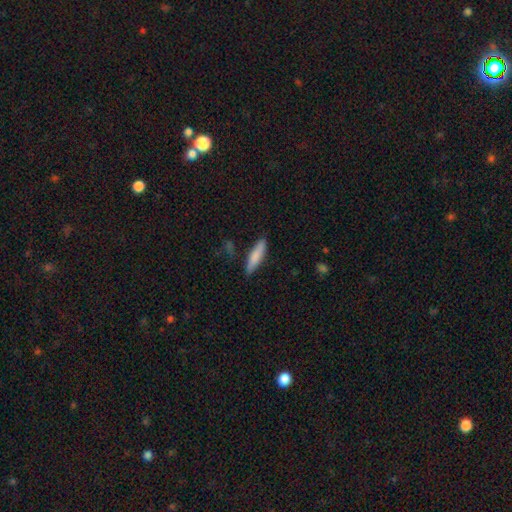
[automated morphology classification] Smooth or featured?
  - smooth: 81% *
  - featured or disk: 13%
  - star or artifact: 6%
How rounded?
  - cigar-shaped: 78% *
  - in between: 21%
  - round: 2%
Merging?
  - none: 84% *
  - minor disturbance: 12%
  - major disturbance: 2%
  - merger: 2%